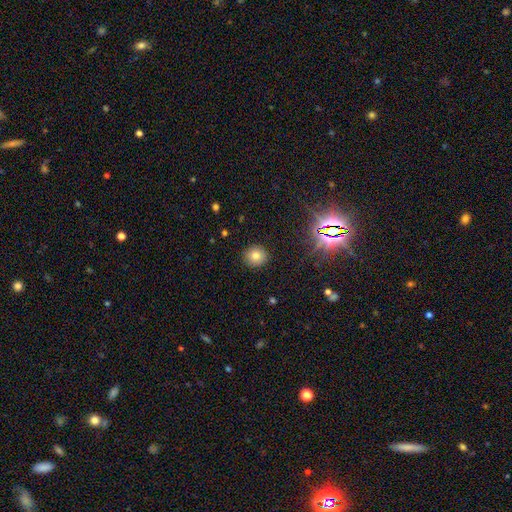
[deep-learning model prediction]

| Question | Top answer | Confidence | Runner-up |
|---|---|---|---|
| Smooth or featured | smooth | 77% | star or artifact (15%) |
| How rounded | round | 89% | in between (10%) |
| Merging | none | 90% | minor disturbance (7%) |